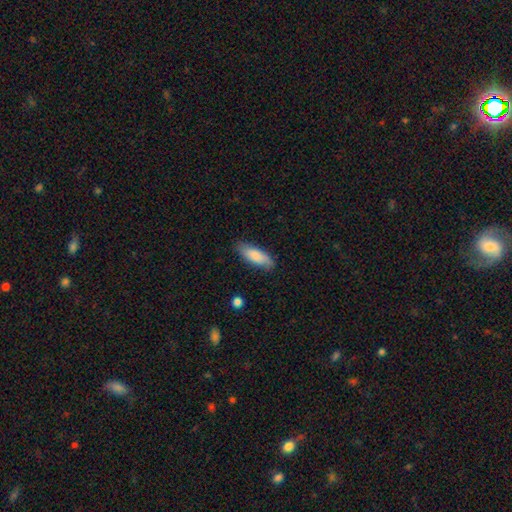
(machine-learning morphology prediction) smooth_or_featured: smooth (p=0.82) [alt: featured or disk p=0.13]
how_rounded: in between (p=0.61) [alt: cigar-shaped p=0.37]
merging: none (p=0.82) [alt: minor disturbance p=0.14]